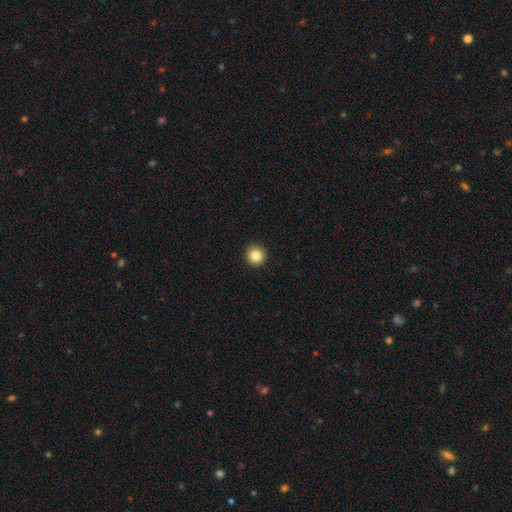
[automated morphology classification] A smooth galaxy with no disk features (85%) that is round (96%). Merging: none (93%).